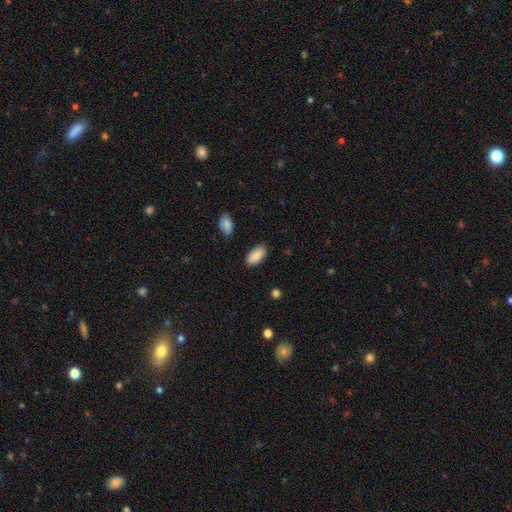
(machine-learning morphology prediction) Overall: smooth (88%). How rounded: in between (93%). Merging: none (86%).